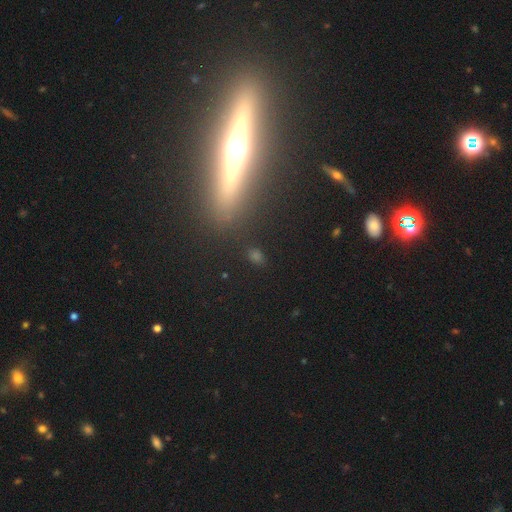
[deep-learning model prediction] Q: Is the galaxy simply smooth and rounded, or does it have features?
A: smooth — 47%.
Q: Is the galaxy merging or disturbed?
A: none — 75%.